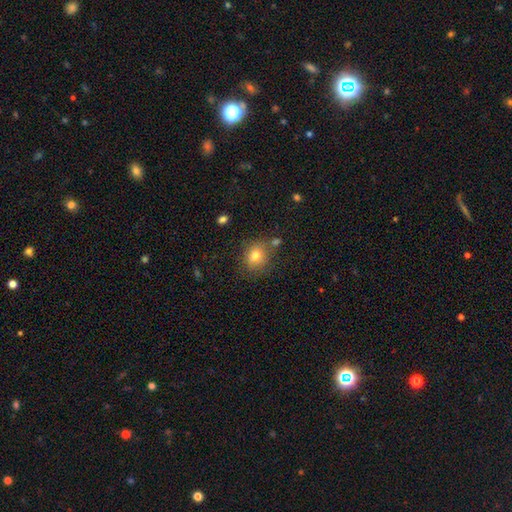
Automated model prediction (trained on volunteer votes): A smooth galaxy with no disk features (77%) that is round (65%).

Vote fractions:
- Smooth or featured? smooth: 77% / star or artifact: 12% / featured or disk: 11%
- How rounded? round: 65% / in between: 34% / cigar-shaped: 1%
- Merging? none: 73% / minor disturbance: 15% / merger: 8% / major disturbance: 5%